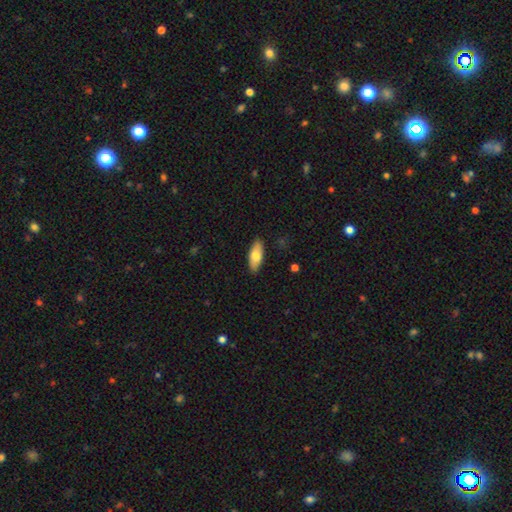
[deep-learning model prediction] Smooth or featured? smooth (73%)
How rounded? in between (76%)
Merging? none (88%)